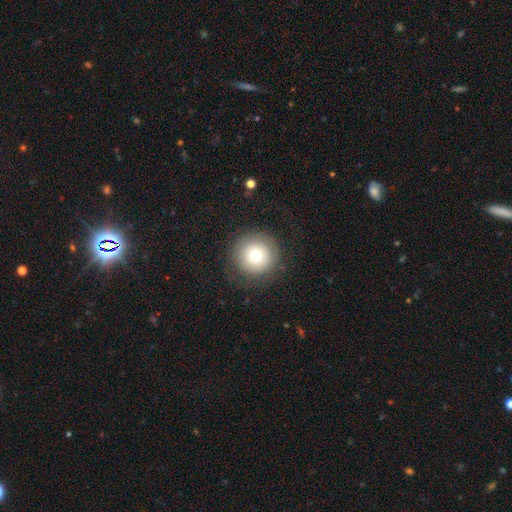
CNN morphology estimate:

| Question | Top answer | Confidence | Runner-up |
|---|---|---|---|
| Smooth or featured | smooth | 73% | featured or disk (15%) |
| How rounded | round | 96% | in between (3%) |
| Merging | none | 85% | minor disturbance (9%) |